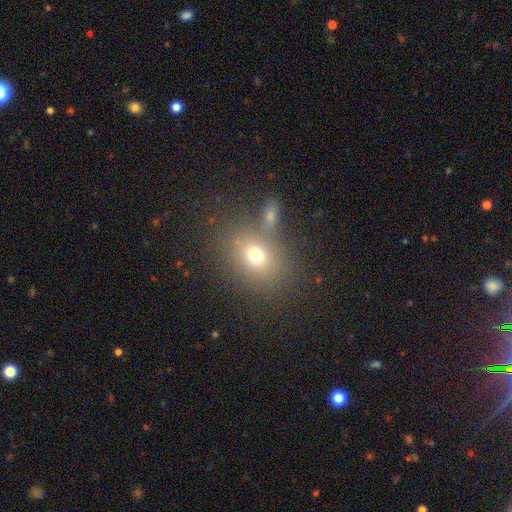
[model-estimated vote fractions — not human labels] The model was most divided on "how rounded": round: 50%, in between: 49%, cigar-shaped: 2%. More confident: smooth or featured — smooth (70%); merging — none (64%).